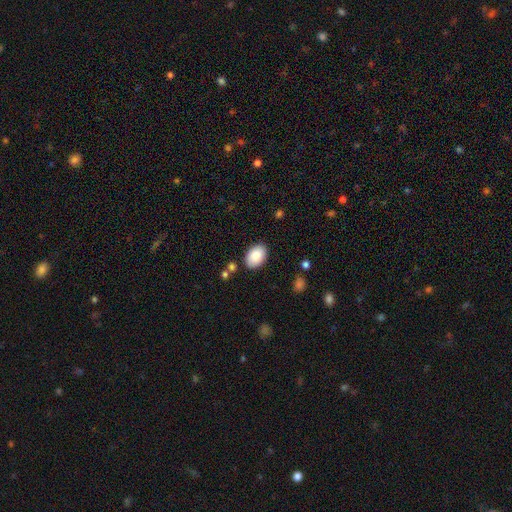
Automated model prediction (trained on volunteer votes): Smooth or featured: smooth — 88% (star or artifact — 6%)
How rounded: in between — 89% (round — 10%)
Merging: none — 85% (minor disturbance — 10%)